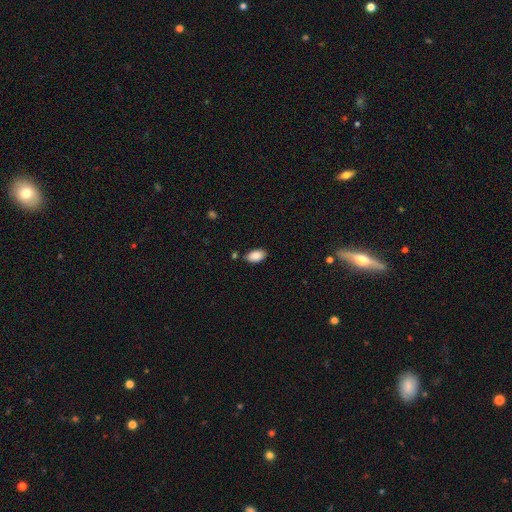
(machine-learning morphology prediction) type=smooth (89%); roundness=in between (94%); merging=none (82%).